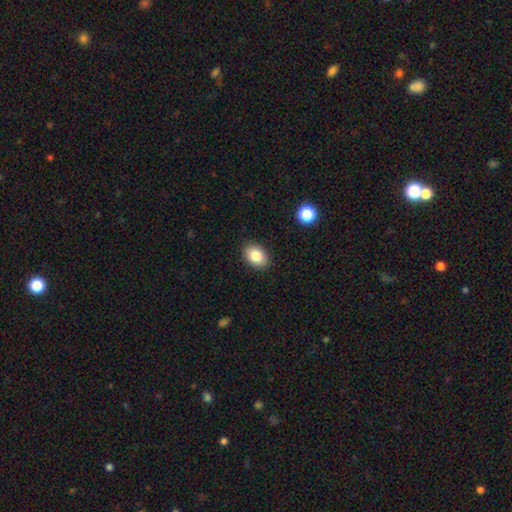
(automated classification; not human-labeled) A smooth galaxy with no disk features (84%) that is in between round and cigar-shaped (80%).

Vote fractions:
- Smooth or featured? smooth: 84% / star or artifact: 8% / featured or disk: 7%
- How rounded? in between: 80% / round: 19% / cigar-shaped: 1%
- Merging? none: 89% / minor disturbance: 8% / major disturbance: 2% / merger: 1%